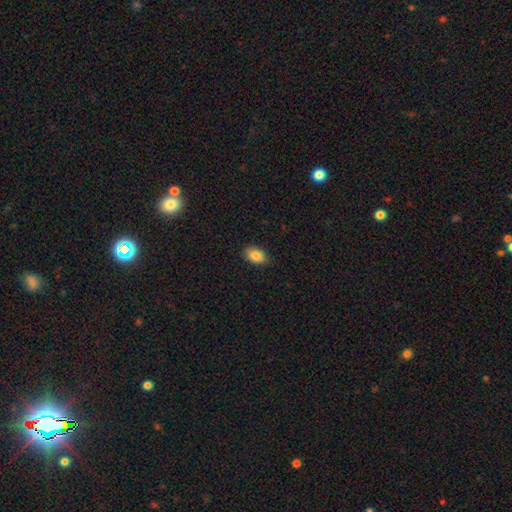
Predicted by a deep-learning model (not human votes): Overall: smooth (85%). How rounded: in between (87%). Merging: none (86%).